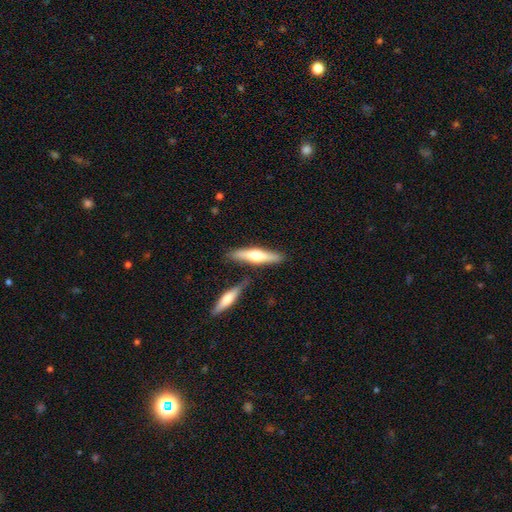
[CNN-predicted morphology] type=smooth (49%); merging=none (76%).